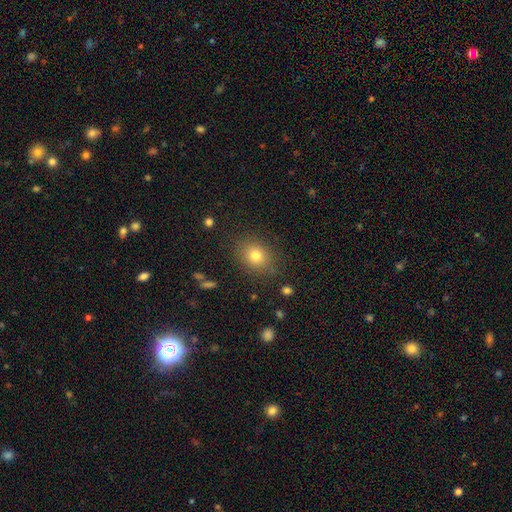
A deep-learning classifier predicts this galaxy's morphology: type=smooth (78%); roundness=round (59%); merging=none (83%).